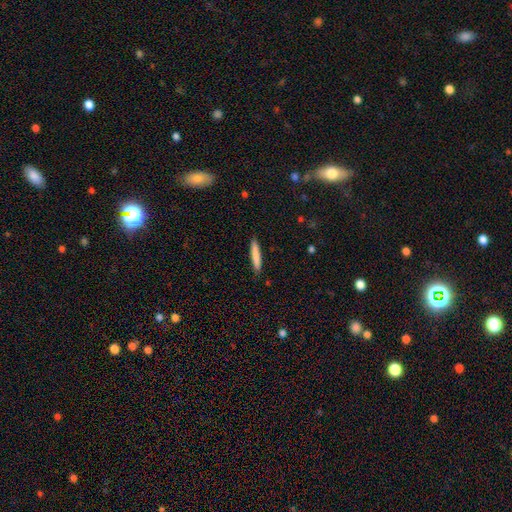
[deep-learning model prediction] This appears to be a smooth galaxy with no disk features (80%) that is cigar-shaped (94%). Merging: none (90%).